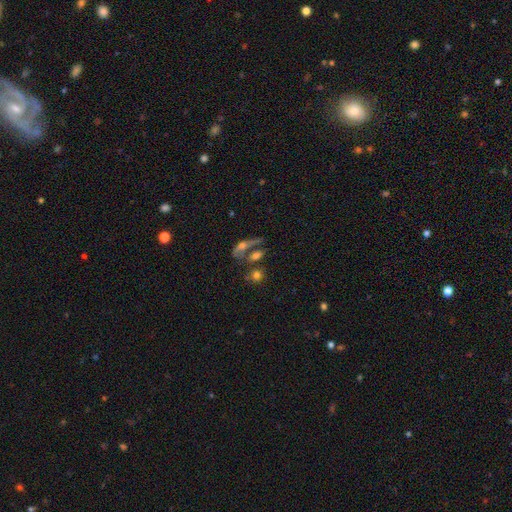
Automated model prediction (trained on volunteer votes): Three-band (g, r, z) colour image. It shows a smooth galaxy with no disk features (54%) that is in between round and cigar-shaped (47%). Merging: none (43%).